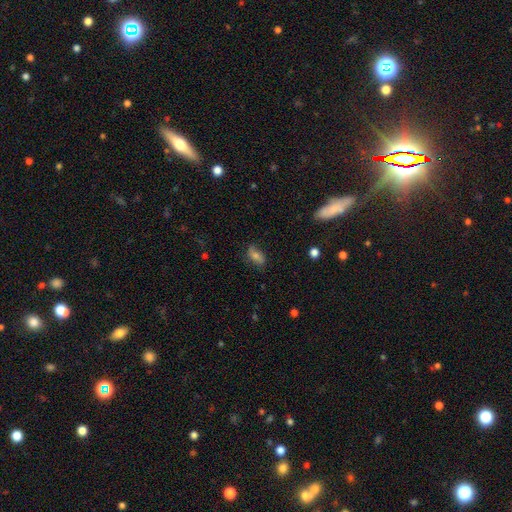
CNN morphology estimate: smooth 59%, featured or disk 27%, star or artifact 14%. Down the decision tree: how rounded — in between (83%); merging — none (70%).